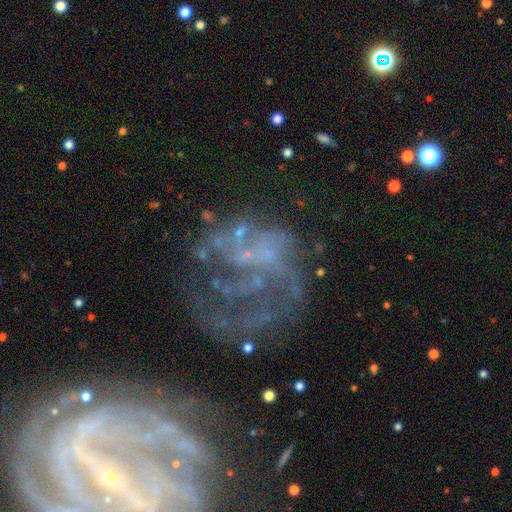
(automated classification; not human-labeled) Overall: featured or disk (68%). Edge-on disk: no (98%). Bar: no (74%). Spiral arms: yes (51%; no 49%). Bulge size: none (73%). Merging: major disturbance (41%; none 31%).